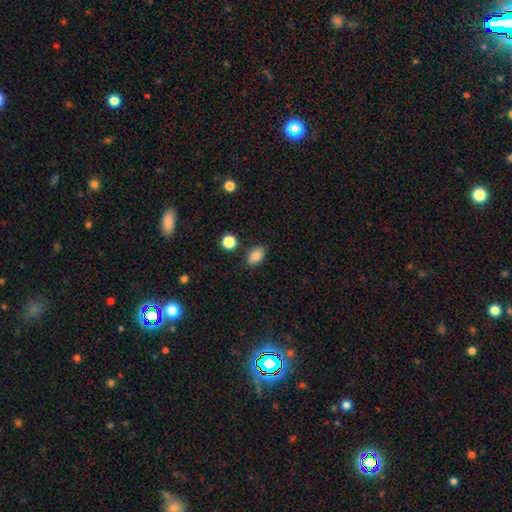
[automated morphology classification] Smooth or featured?
  - smooth: 85% *
  - star or artifact: 9%
  - featured or disk: 6%
How rounded?
  - in between: 85% *
  - round: 13%
  - cigar-shaped: 2%
Merging?
  - none: 82% *
  - minor disturbance: 12%
  - merger: 3%
  - major disturbance: 3%